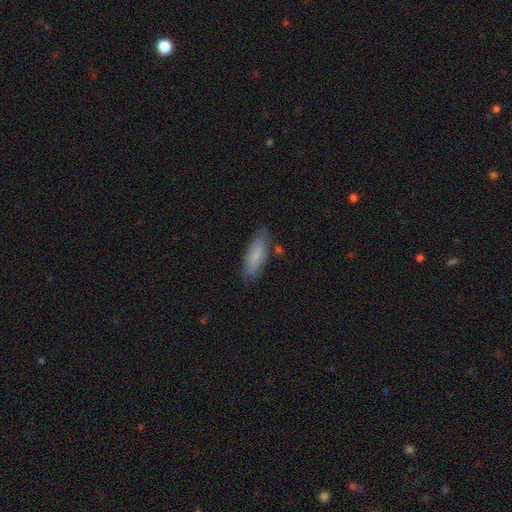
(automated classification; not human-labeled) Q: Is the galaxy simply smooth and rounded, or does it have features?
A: smooth — 73%.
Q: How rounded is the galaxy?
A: in between — 62%.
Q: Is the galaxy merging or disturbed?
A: none — 77%.